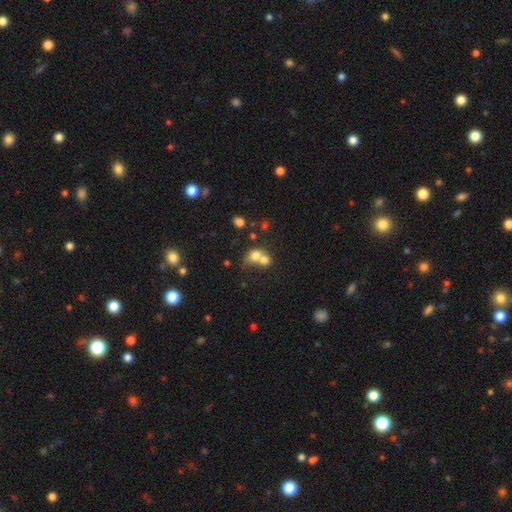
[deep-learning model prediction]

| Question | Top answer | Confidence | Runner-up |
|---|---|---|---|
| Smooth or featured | smooth | 71% | featured or disk (17%) |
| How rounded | round | 57% | in between (42%) |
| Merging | merger | 65% | none (23%) |